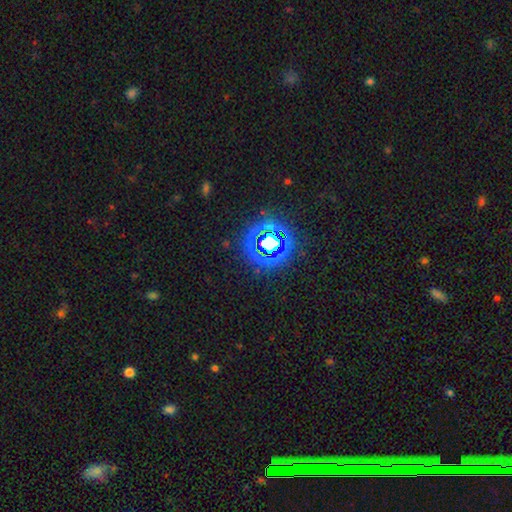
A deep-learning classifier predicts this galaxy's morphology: A star or artifact, not a galaxy (74%).

Vote fractions:
- Smooth or featured? star or artifact: 74% / smooth: 20% / featured or disk: 6%